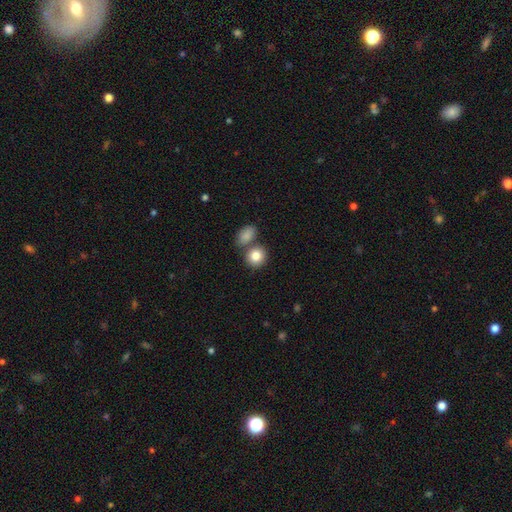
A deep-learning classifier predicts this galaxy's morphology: A smooth galaxy with no disk features (84%) that is round (77%). Merging: none (59%).